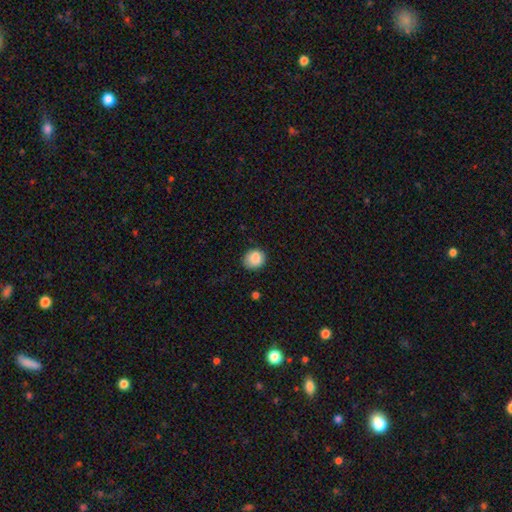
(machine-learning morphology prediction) type=smooth (87%); roundness=round (78%); merging=none (79%).